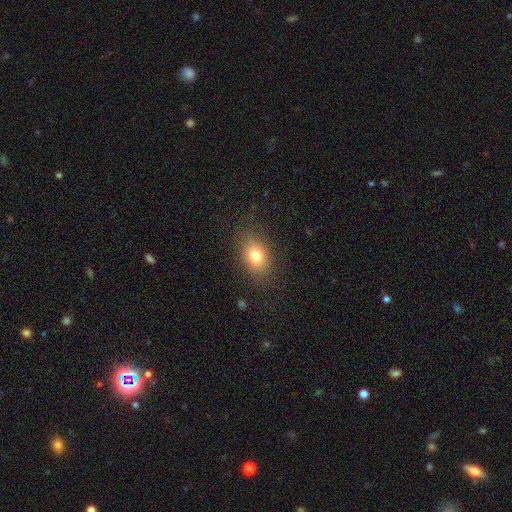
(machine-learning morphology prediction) Q: Smooth or featured?
A: smooth (78%); runner-up: featured or disk (11%)
Q: How rounded?
A: in between (69%); runner-up: round (29%)
Q: Merging?
A: none (80%); runner-up: minor disturbance (13%)